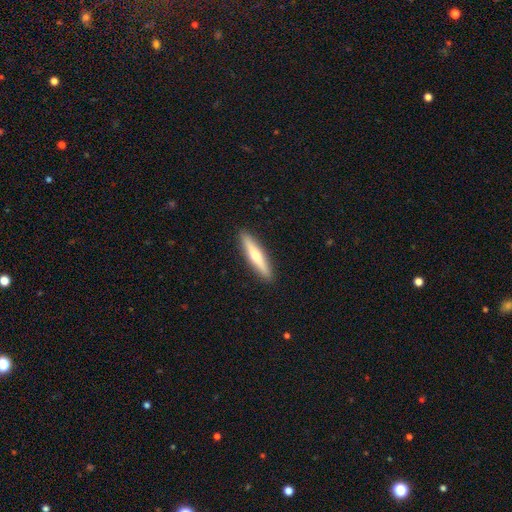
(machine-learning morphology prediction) Smooth or featured: smooth — 51% (featured or disk — 44%)
How rounded: cigar-shaped — 88% (in between — 10%)
Merging: none — 91% (minor disturbance — 6%)